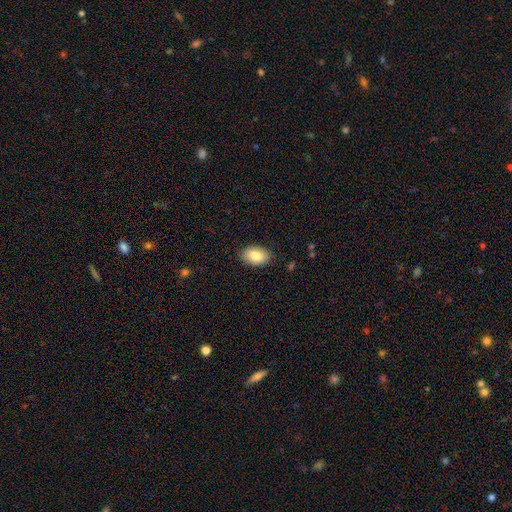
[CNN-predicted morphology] Q: Smooth or featured?
A: smooth (84%); runner-up: featured or disk (9%)
Q: How rounded?
A: in between (90%); runner-up: round (8%)
Q: Merging?
A: none (87%); runner-up: minor disturbance (10%)